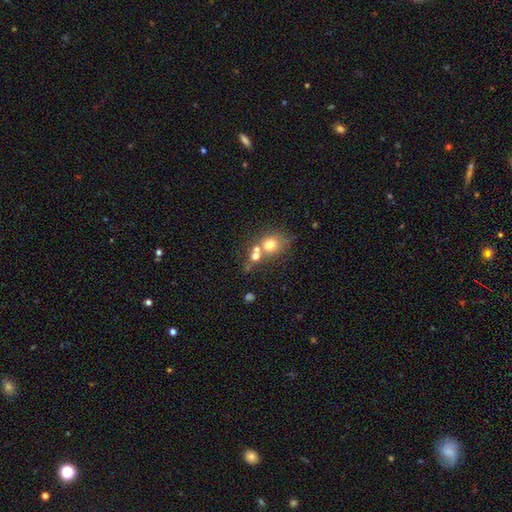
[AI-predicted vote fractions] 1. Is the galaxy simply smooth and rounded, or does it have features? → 66% smooth, 19% featured or disk, 15% star or artifact.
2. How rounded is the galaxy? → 76% round, 22% in between, 2% cigar-shaped.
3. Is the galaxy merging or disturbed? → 46% merger, 41% none, 8% minor disturbance, 5% major disturbance.